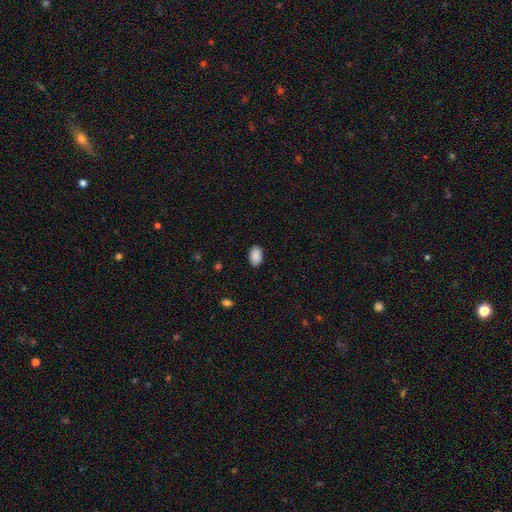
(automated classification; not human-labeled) This is clearly a smooth galaxy (90%). How rounded: clearly in between (90%). Merging: clearly none (88%).